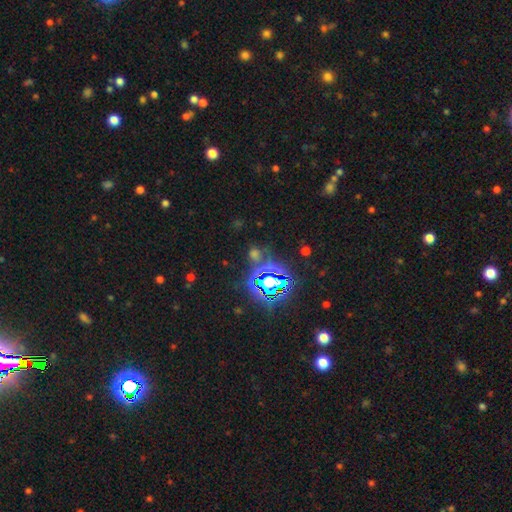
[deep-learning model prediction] The model was most divided on "smooth or featured": star or artifact: 73%, smooth: 19%, featured or disk: 8%.